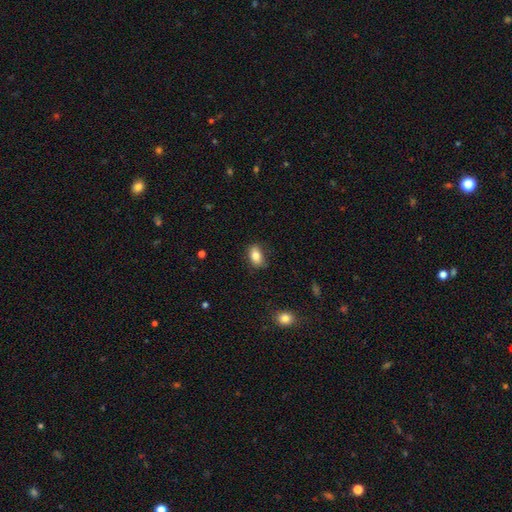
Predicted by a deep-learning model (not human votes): The model was most divided on "merging": none: 81%, minor disturbance: 15%, major disturbance: 3%, merger: 1%. More confident: how rounded — in between (88%); smooth or featured — smooth (83%).